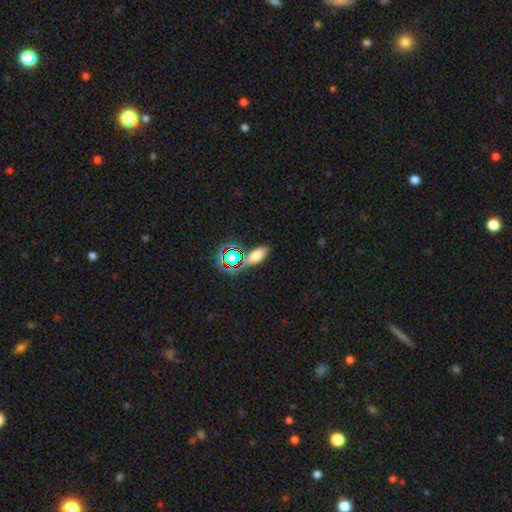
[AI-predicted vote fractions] Smooth or featured? Predicted: smooth (p=0.70). How rounded? Predicted: in between (p=0.77). Merging? Predicted: none (p=0.75).